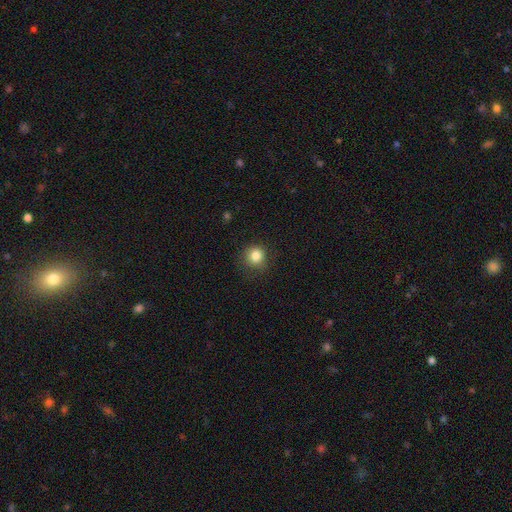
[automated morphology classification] Smooth or featured? smooth (84%)
How rounded? round (91%)
Merging? none (84%)